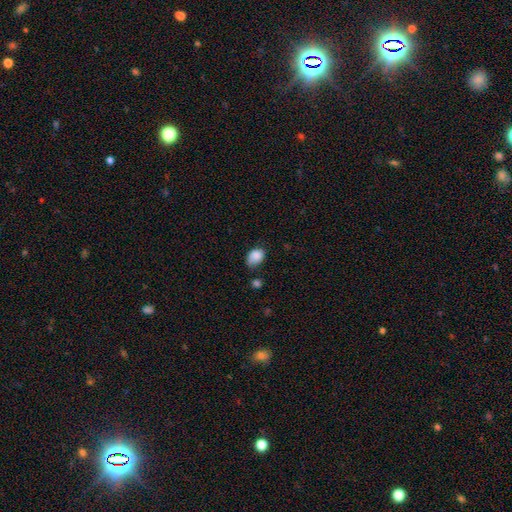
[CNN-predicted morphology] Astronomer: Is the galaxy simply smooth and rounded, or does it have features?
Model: smooth — 86%.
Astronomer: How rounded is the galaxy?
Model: in between — 78%.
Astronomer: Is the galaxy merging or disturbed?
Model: none — 48% (runner-up: minor disturbance, 37%).